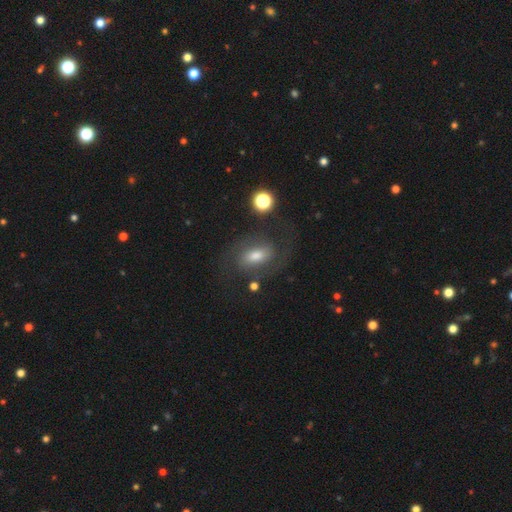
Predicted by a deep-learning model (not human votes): Morphology: type=featured or disk (65%); edge-on=no (95%); bar=weak (45%); spiral arms=yes (88%); winding=medium (50%); arm count=2 (83%); bulge=moderate (57%); merging=none (65%).